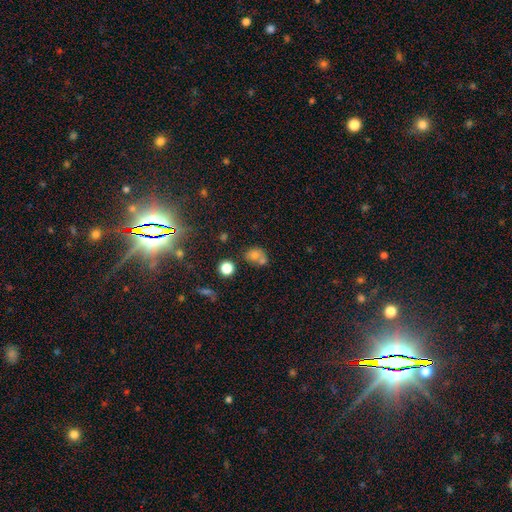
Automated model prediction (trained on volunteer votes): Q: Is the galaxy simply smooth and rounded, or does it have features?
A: smooth — 70%.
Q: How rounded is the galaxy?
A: round — 52%.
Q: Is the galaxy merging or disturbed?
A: merger — 45%.